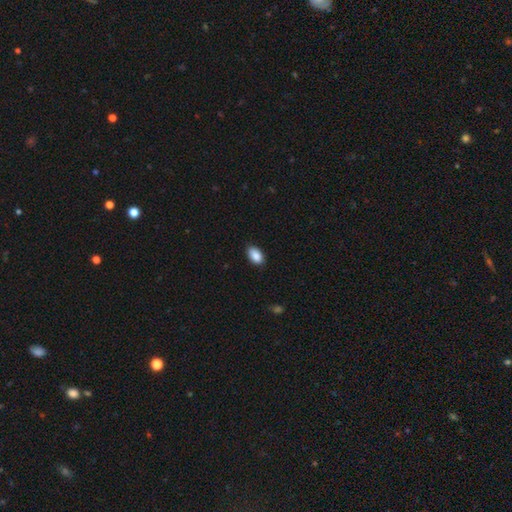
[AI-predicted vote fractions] Morphology: type=smooth (89%); roundness=in between (92%); merging=none (86%).